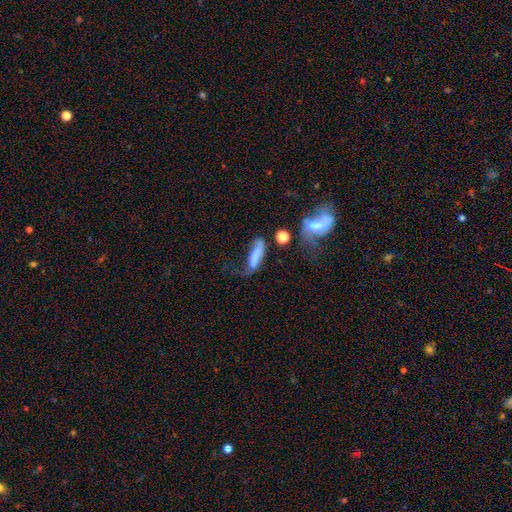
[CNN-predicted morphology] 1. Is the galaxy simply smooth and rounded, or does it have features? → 63% smooth, 27% featured or disk, 10% star or artifact.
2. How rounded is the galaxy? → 62% cigar-shaped, 35% in between, 3% round.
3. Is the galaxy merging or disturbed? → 33% major disturbance, 25% none, 23% minor disturbance, 19% merger.